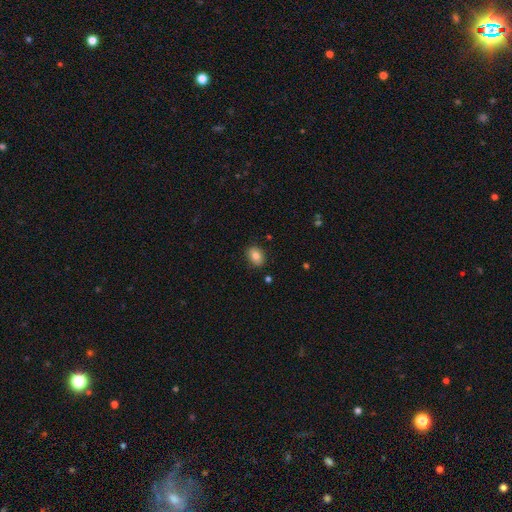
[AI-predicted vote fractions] This appears to be a smooth galaxy with no disk features (82%) that is in between round and cigar-shaped (65%). Merging: none (87%).